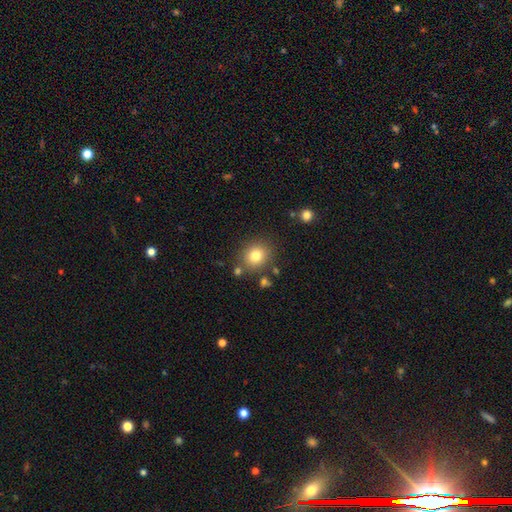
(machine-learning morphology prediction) smooth 79%, star or artifact 12%, featured or disk 9%. Down the decision tree: how rounded — round (76%); merging — none (80%).